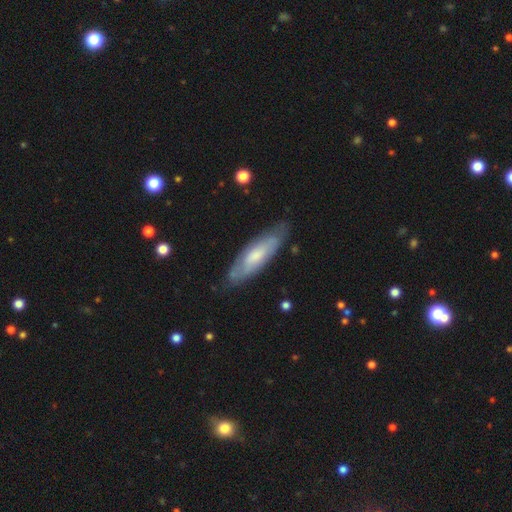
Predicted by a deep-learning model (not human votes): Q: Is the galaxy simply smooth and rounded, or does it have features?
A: featured or disk — 49%.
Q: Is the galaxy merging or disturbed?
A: none — 76%.